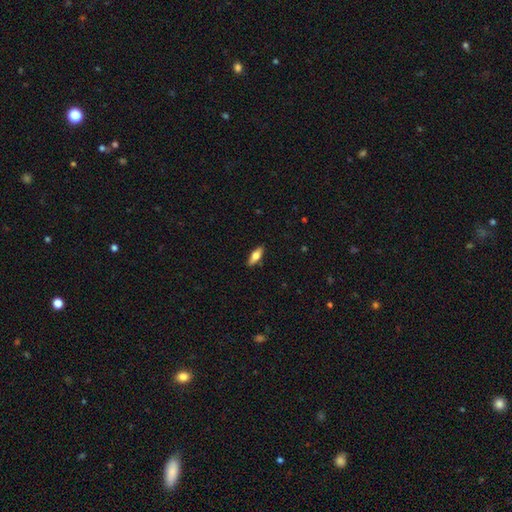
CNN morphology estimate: smooth-or-featured: smooth: 64% | featured or disk: 29% | star or artifact: 6%
  how-rounded: in between: 65% | cigar-shaped: 33% | round: 3%
  merging: none: 88% | minor disturbance: 9% | major disturbance: 2% | merger: 1%